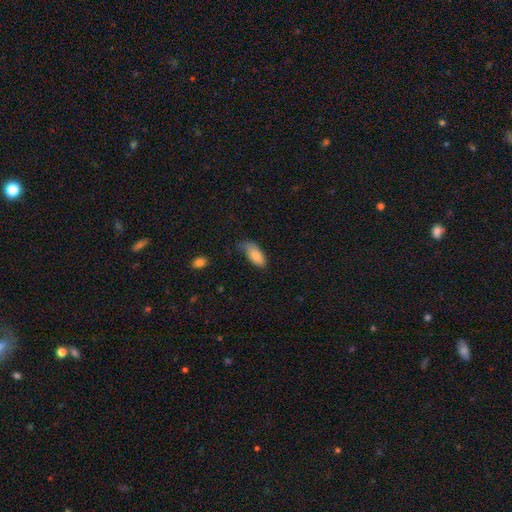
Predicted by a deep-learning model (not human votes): This appears to be a smooth galaxy with no disk features (85%) that is in between round and cigar-shaped (90%). Merging: none (43%).